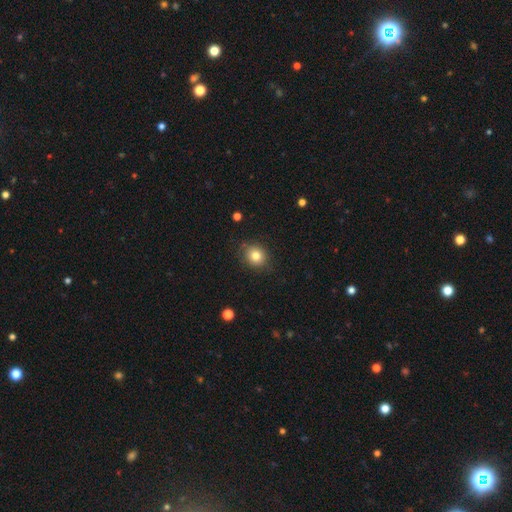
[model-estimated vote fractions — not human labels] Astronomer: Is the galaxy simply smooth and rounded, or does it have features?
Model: smooth — 81%.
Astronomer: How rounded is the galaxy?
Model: round — 76%.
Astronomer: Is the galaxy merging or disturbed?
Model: none — 82%.